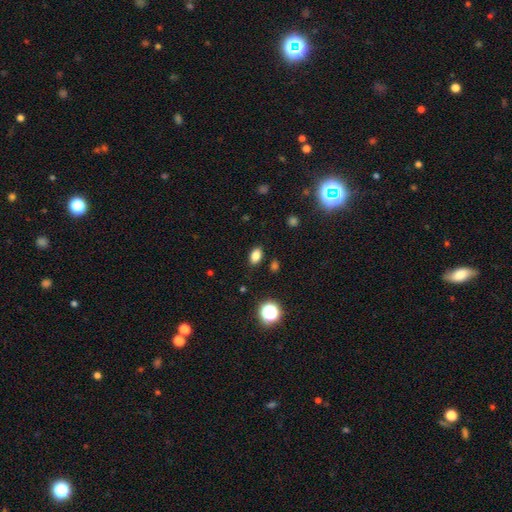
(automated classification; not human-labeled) Smooth or featured? Predicted: smooth (p=0.82). How rounded? Predicted: in between (p=0.82). Merging? Predicted: none (p=0.87).